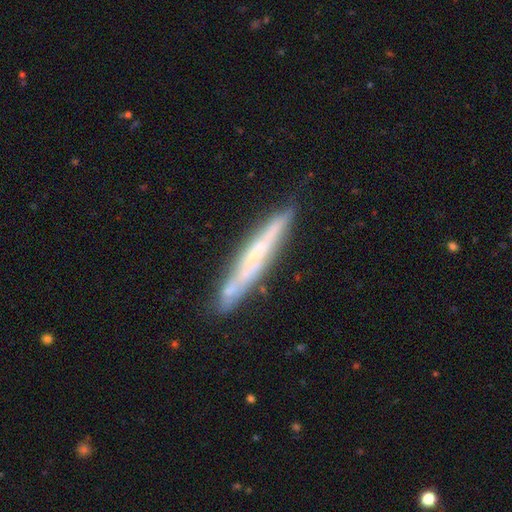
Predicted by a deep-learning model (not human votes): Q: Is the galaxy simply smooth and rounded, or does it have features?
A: featured or disk — 63%.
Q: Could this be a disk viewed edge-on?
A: yes — 88%.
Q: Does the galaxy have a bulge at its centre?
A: none — 70%.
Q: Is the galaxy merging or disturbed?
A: none — 80%.